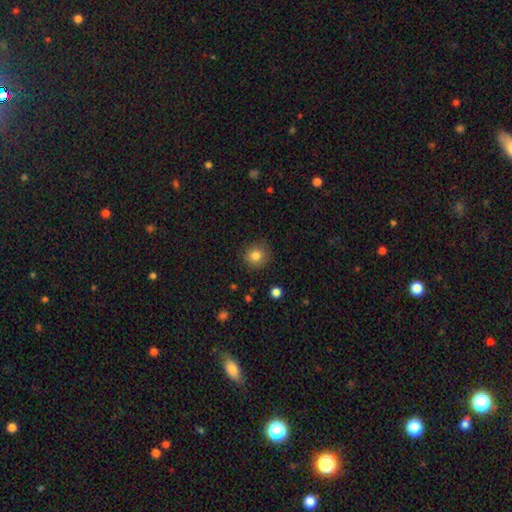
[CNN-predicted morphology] A smooth galaxy with no disk features (83%) that is round (88%). Merging: none (87%).